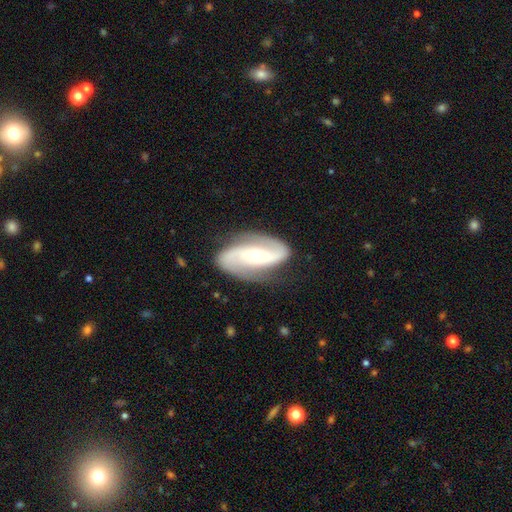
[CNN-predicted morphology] This is clearly a featured or disk galaxy (88%). It is clearly not viewed edge-on (96%). Bar: marginally no (39%). Spiral arm pattern: clearly yes (96%). Spiral arm count: clearly 2 (93%). Spiral winding: possibly loose (46%). Central bulge: possibly small (49%). Merging: clearly none (81%).